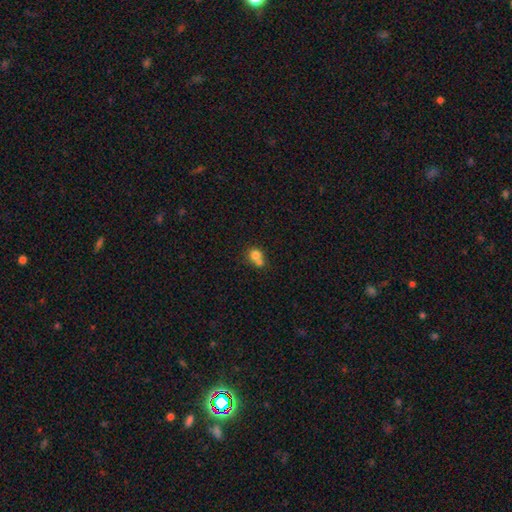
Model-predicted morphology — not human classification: Smooth or featured? smooth (76%)
How rounded? round (78%)
Merging? merger (57%)